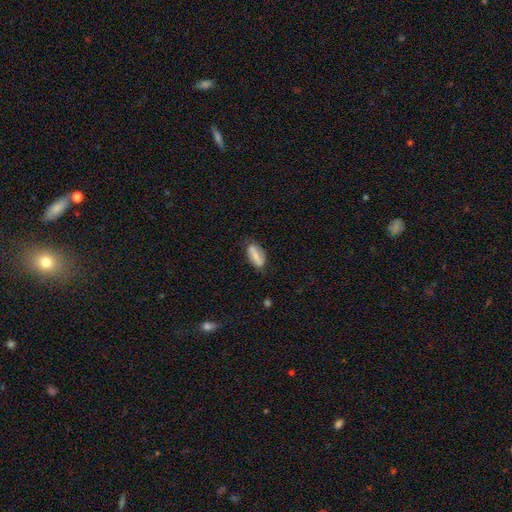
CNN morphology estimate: smooth-or-featured: smooth: 60% | featured or disk: 32% | star or artifact: 7%
  how-rounded: in between: 85% | cigar-shaped: 11% | round: 4%
  merging: none: 74% | minor disturbance: 19% | major disturbance: 5% | merger: 2%